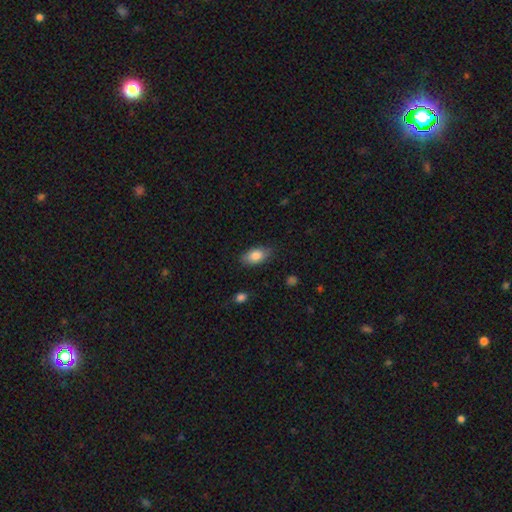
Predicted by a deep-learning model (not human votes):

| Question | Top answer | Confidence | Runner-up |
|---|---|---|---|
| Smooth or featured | smooth | 84% | featured or disk (9%) |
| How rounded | in between | 91% | round (6%) |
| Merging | none | 83% | minor disturbance (13%) |